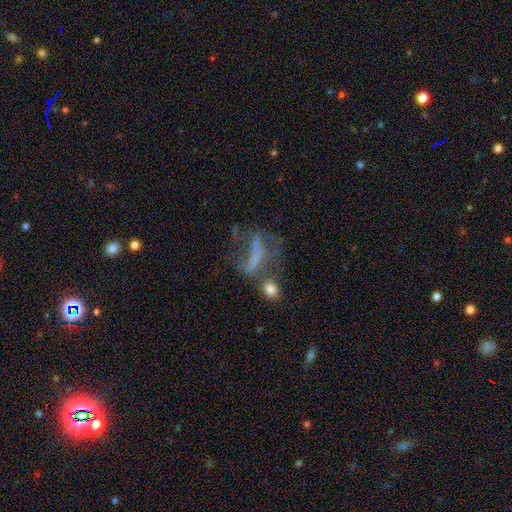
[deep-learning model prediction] Smooth or featured: featured or disk — 51% (smooth — 29%)
Edge-on disk: no — 89% (yes — 11%)
Merging: major disturbance — 41% (none — 28%)